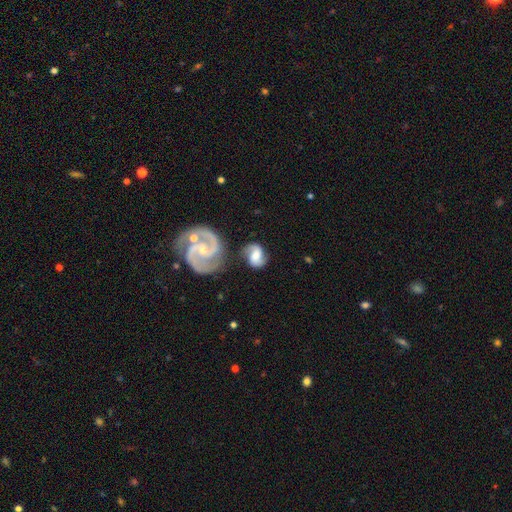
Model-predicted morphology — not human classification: smooth-or-featured: featured or disk: 68% | smooth: 25% | star or artifact: 6%
  disk-edge-on: no: 97% | yes: 3%
    bar: weak: 46% | no: 38% | strong: 16%
    has-spiral-arms: yes: 93% | no: 7%
      spiral-winding: medium: 52% | loose: 30% | tight: 18%
      spiral-arm-count: 2: 89% | can't tell: 4% | 1: 3% | 3: 2% | 4: 1% | more than 4: 1%
    bulge-size: small: 38% | moderate: 34% | large: 13% | none: 11% | dominant: 3%
  merging: none: 55% | minor disturbance: 21% | merger: 15% | major disturbance: 9%